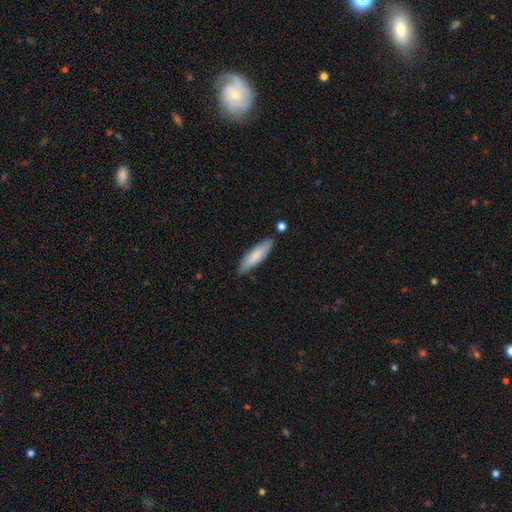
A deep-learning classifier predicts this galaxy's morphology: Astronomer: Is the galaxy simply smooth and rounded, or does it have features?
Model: smooth — 79%.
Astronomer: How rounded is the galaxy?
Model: cigar-shaped — 68%.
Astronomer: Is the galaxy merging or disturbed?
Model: none — 82%.